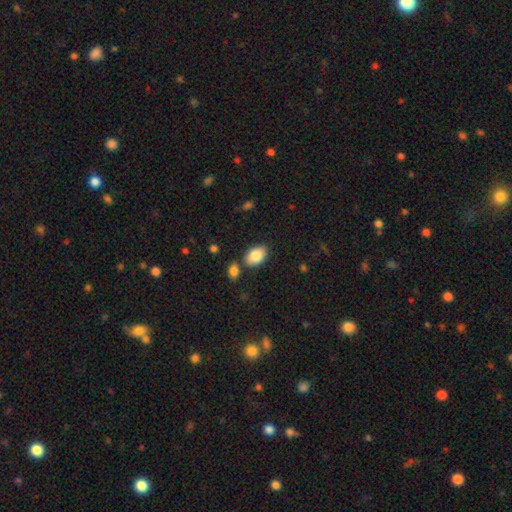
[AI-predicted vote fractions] smooth_or_featured: smooth (p=0.86) [alt: featured or disk p=0.07]
how_rounded: in between (p=0.88) [alt: round p=0.11]
merging: none (p=0.78) [alt: minor disturbance p=0.10]